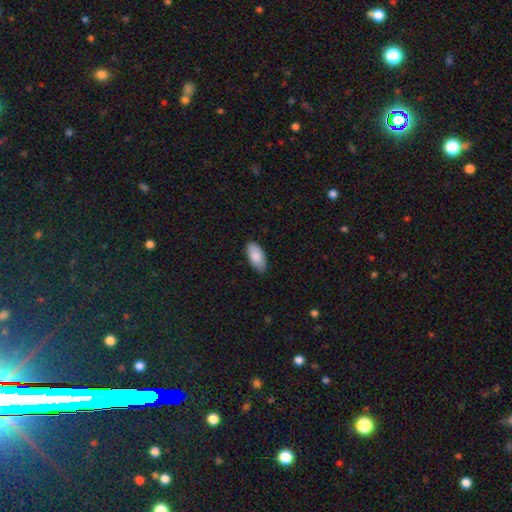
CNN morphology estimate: Overall: smooth (87%). How rounded: in between (92%). Merging: none (79%).